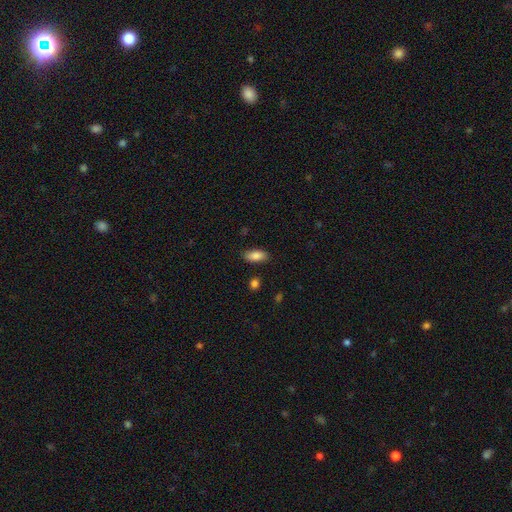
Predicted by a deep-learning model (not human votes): Smooth or featured? Predicted: smooth (p=0.86). How rounded? Predicted: in between (p=0.87). Merging? Predicted: none (p=0.86).